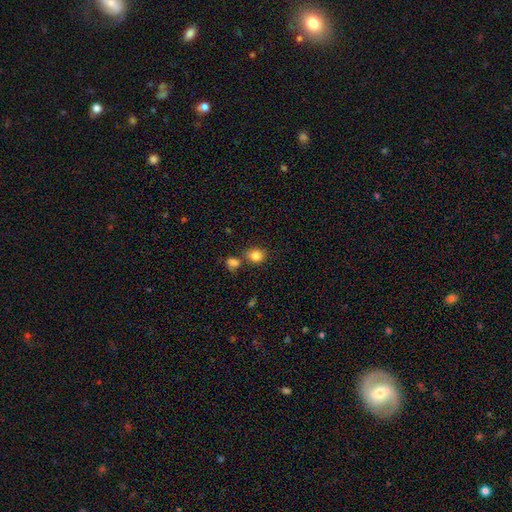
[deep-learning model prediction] Q: Smooth or featured?
A: smooth (84%); runner-up: star or artifact (10%)
Q: How rounded?
A: round (69%); runner-up: in between (30%)
Q: Merging?
A: none (66%); runner-up: merger (19%)